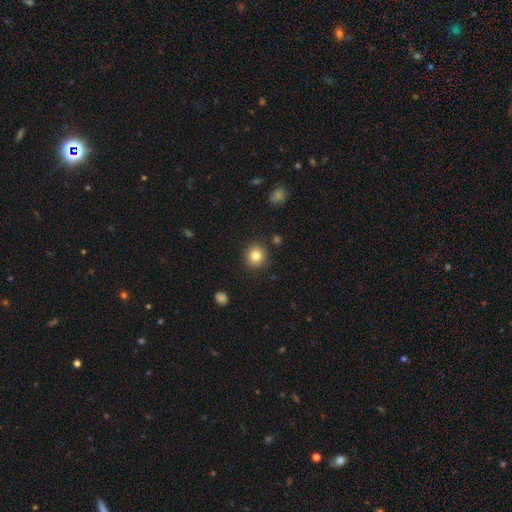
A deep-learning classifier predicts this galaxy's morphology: smooth_or_featured: smooth (p=0.83) [alt: star or artifact p=0.11]
how_rounded: round (p=0.91) [alt: in between p=0.08]
merging: none (p=0.89) [alt: minor disturbance p=0.07]